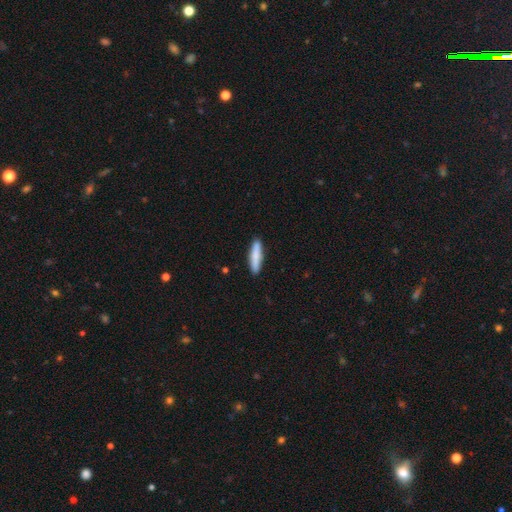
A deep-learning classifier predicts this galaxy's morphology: Smooth or featured? smooth (82%)
How rounded? cigar-shaped (84%)
Merging? none (89%)